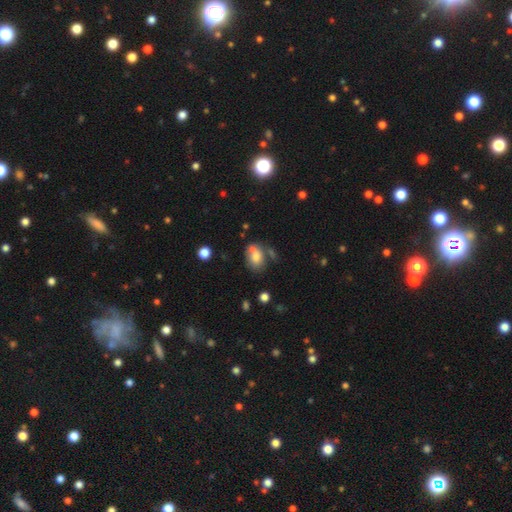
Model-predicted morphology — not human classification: A smooth galaxy with no disk features (74%) that is in between round and cigar-shaped (72%). Merging: none (44%).